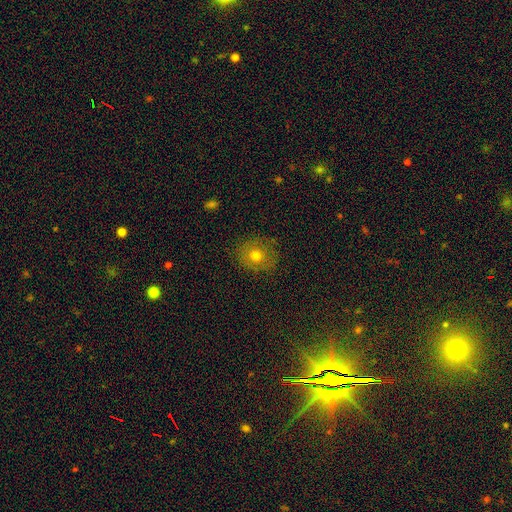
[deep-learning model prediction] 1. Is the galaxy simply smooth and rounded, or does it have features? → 69% smooth, 18% featured or disk, 12% star or artifact.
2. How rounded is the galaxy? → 79% round, 20% in between, 1% cigar-shaped.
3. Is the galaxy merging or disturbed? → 81% none, 13% minor disturbance, 5% major disturbance, 1% merger.